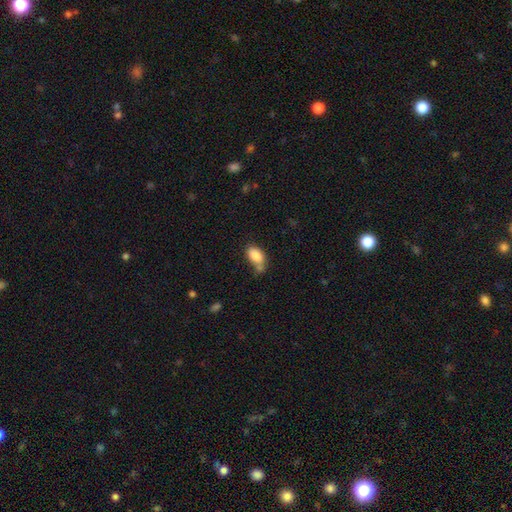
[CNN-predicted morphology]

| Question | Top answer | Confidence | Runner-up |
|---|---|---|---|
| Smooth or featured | smooth | 84% | star or artifact (8%) |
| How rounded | in between | 90% | round (7%) |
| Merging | none | 46% | minor disturbance (23%) |